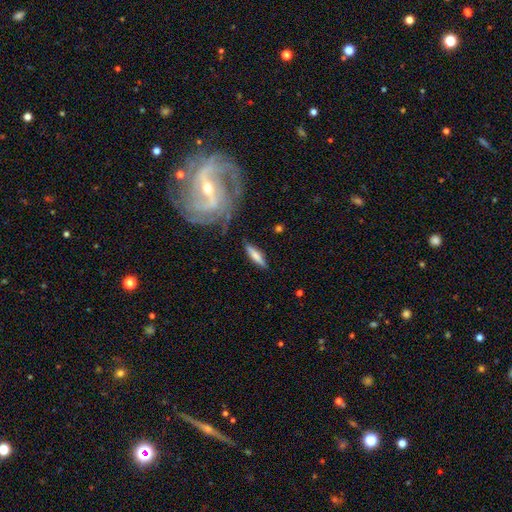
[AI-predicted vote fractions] A smooth galaxy with no disk features (60%) that is cigar-shaped (78%).

Vote fractions:
- Smooth or featured? smooth: 60% / featured or disk: 33% / star or artifact: 6%
- How rounded? cigar-shaped: 78% / in between: 20% / round: 2%
- Merging? none: 81% / minor disturbance: 13% / major disturbance: 4% / merger: 3%